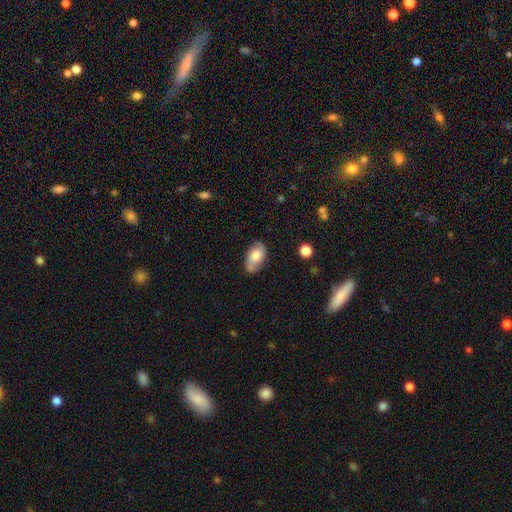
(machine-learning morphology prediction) type=smooth (65%); roundness=in between (91%); merging=none (62%).